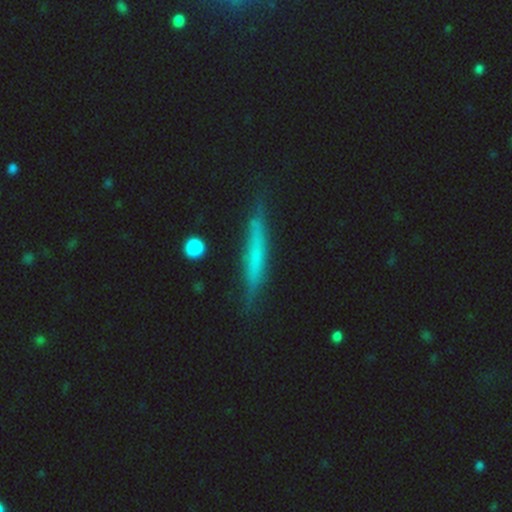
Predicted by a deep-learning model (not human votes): The model was most divided on "smooth or featured": smooth: 49%, featured or disk: 43%, star or artifact: 8%. More confident: merging — none (82%).